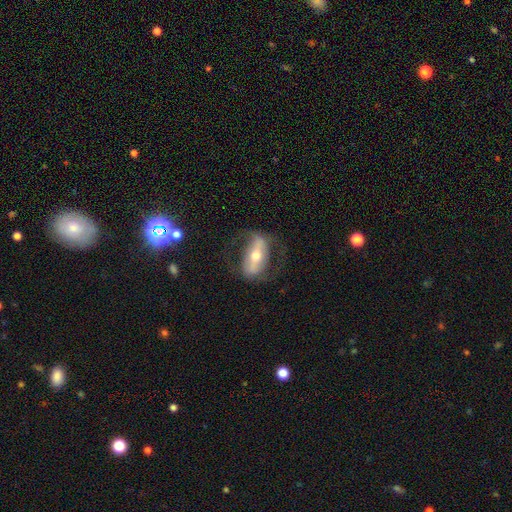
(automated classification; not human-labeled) Overall: featured or disk (70%). Edge-on disk: no (84%). Bar: strong (62%). Spiral arms: yes (63%; no 37%). Bulge size: moderate (62%; small 30%). Merging: none (67%).